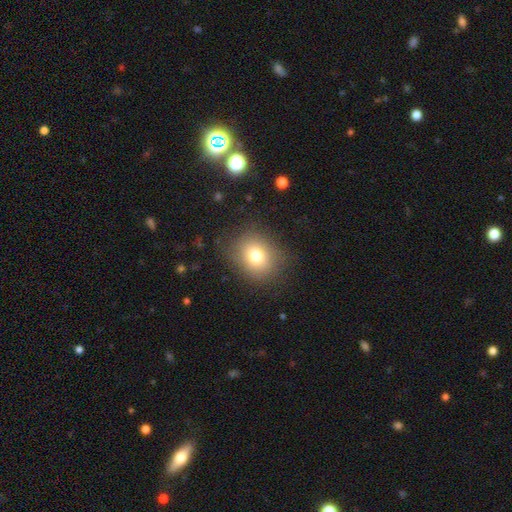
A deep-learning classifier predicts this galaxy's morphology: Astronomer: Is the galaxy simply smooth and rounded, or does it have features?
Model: smooth — 76%.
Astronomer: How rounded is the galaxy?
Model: round — 64%.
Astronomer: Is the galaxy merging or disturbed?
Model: none — 82%.